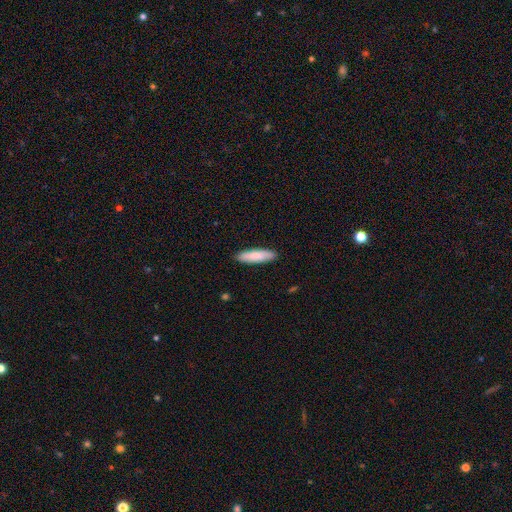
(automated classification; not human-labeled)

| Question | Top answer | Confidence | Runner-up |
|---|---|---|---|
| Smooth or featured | smooth | 84% | featured or disk (11%) |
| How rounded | cigar-shaped | 70% | in between (28%) |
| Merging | none | 89% | minor disturbance (9%) |